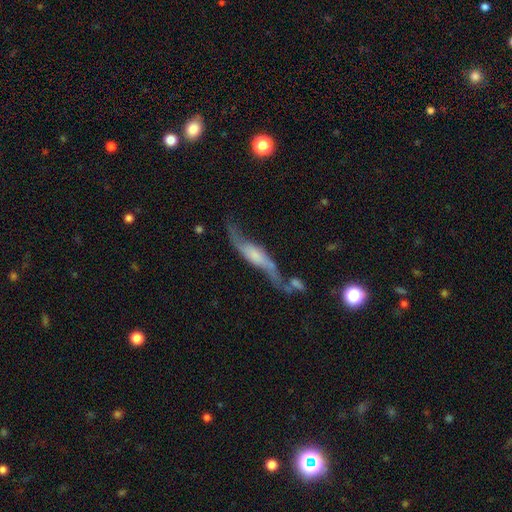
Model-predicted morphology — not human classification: This appears to be a featured or disk galaxy (74%). Merging: none (47%).